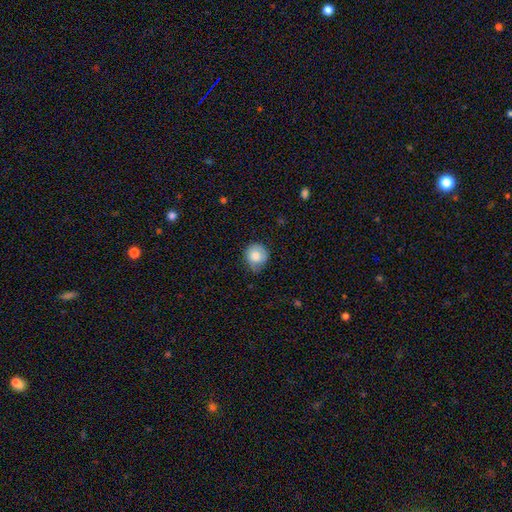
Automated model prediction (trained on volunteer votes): smooth 79%, featured or disk 14%, star or artifact 7%. Down the decision tree: how rounded — round (83%); merging — none (60%).